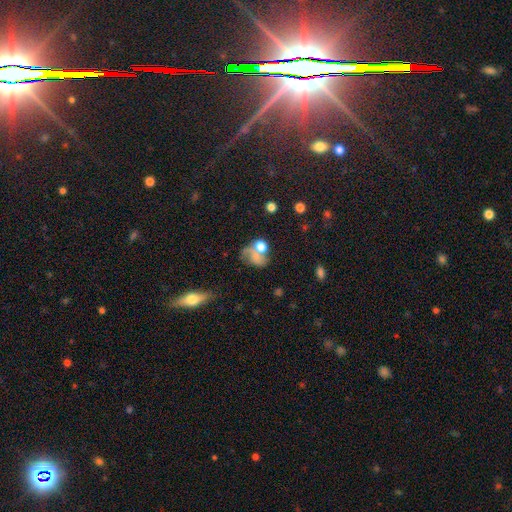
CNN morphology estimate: Overall: smooth (53%; featured or disk 34%). How rounded: in between (52%; round 46%). Merging: merger (33%; none 28%).